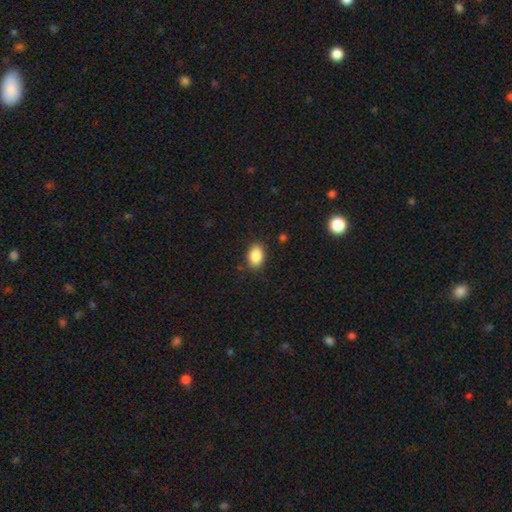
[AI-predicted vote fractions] A smooth galaxy with no disk features (87%) that is in between round and cigar-shaped (81%). Merging: none (85%).